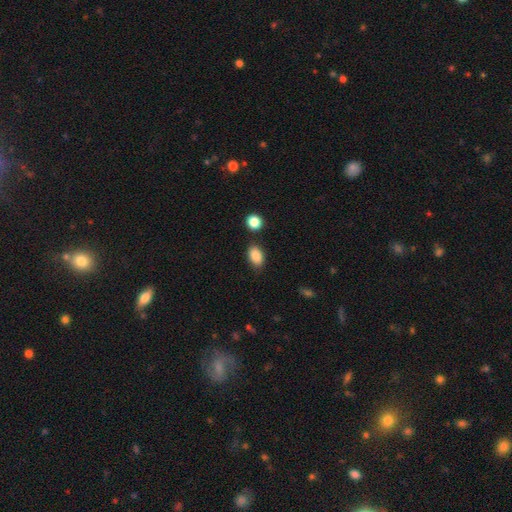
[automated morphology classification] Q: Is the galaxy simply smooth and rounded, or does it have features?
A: smooth — 87%.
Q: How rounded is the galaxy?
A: in between — 86%.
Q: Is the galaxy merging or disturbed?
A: none — 81%.